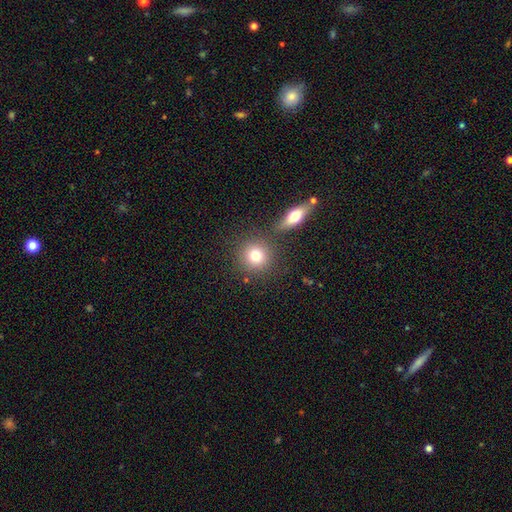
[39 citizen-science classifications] Q: Smooth or featured?
A: smooth (90%); runner-up: featured or disk (5%)
Q: How rounded?
A: round (89%); runner-up: in between (11%)
Q: Merging?
A: none (84%); runner-up: merger (14%)